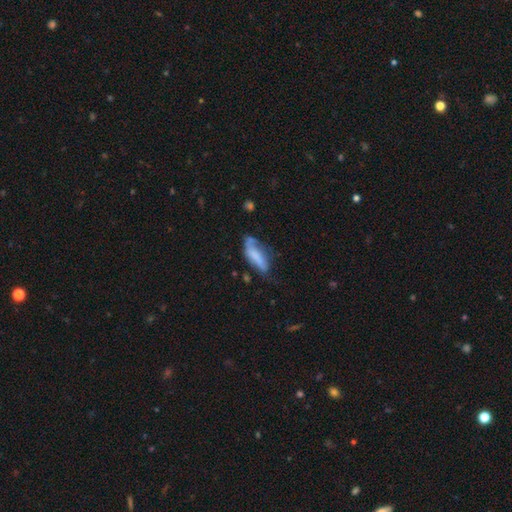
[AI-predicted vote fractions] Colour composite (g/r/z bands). It shows a smooth galaxy with no disk features (59%) that is in between round and cigar-shaped (61%). Merging: none (37%).